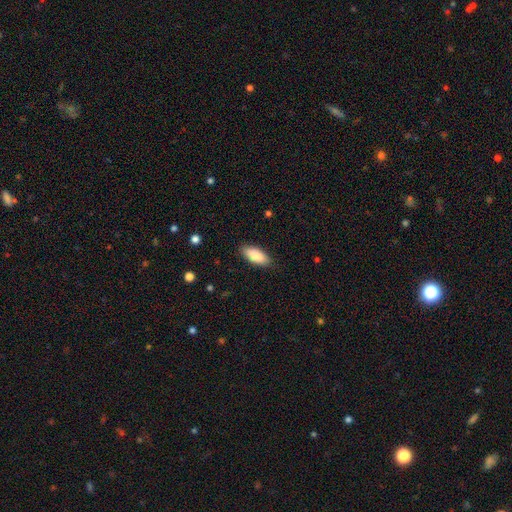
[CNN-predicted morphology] smooth 87%, featured or disk 8%, star or artifact 6%. Down the decision tree: how rounded — in between (82%); merging — none (87%).